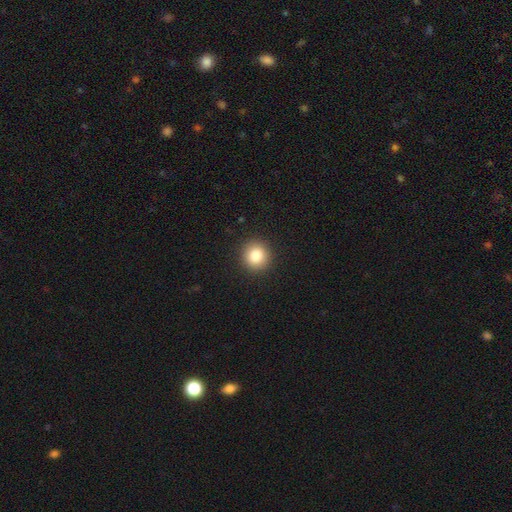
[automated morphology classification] smooth_or_featured: smooth (p=0.83) [alt: star or artifact p=0.10]
how_rounded: round (p=0.90) [alt: in between p=0.09]
merging: none (p=0.92) [alt: minor disturbance p=0.05]